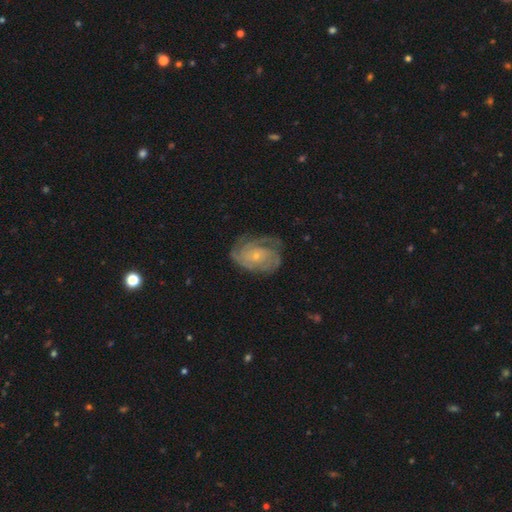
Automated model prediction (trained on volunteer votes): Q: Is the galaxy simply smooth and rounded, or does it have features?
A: featured or disk — 83%.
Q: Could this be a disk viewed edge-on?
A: no — 97%.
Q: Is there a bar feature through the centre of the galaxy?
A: no — 75%.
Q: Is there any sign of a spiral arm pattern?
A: yes — 95%.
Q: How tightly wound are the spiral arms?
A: tight — 61%.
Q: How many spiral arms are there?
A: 3 — 28%.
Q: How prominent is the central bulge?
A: small — 76%.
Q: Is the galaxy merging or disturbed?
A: none — 67%.